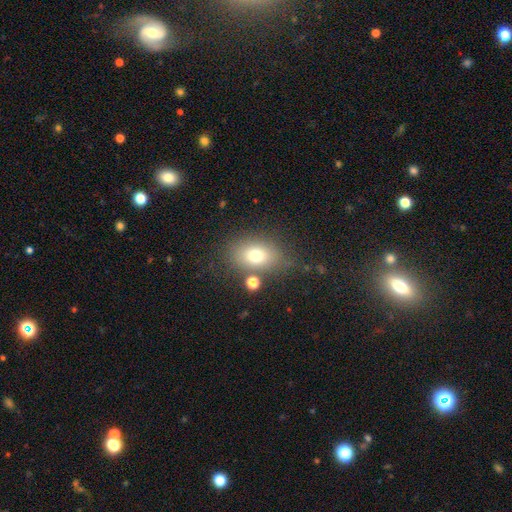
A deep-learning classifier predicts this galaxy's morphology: This appears to be a smooth galaxy with no disk features (73%) that is in between round and cigar-shaped (74%). Merging: none (72%).